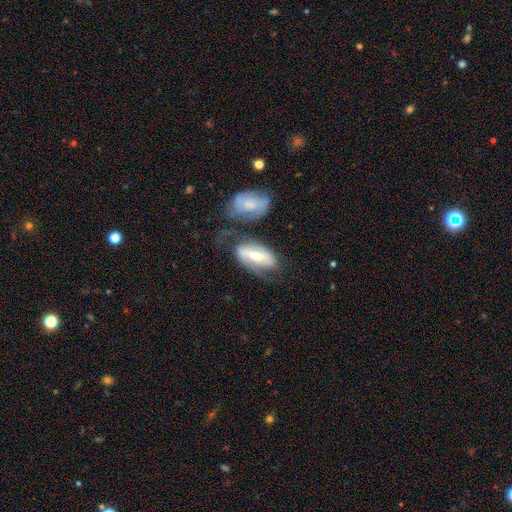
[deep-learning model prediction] The model was most divided on "bulge size": moderate: 54%, small: 33%, large: 8%, none: 3%, dominant: 2%. Remaining: edge-on disk — no (89%); spiral arms — yes (76%); smooth or featured — featured or disk (62%); bar — strong (53%); merging — none (47%).